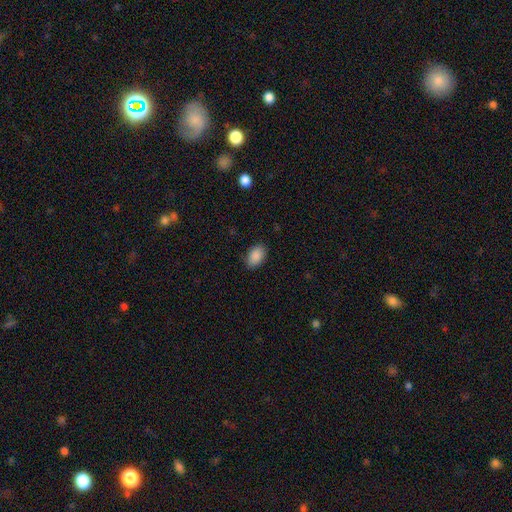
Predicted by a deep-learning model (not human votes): Smooth or featured?
  - smooth: 89% *
  - star or artifact: 7%
  - featured or disk: 4%
How rounded?
  - in between: 88% *
  - round: 10%
  - cigar-shaped: 1%
Merging?
  - none: 86% *
  - minor disturbance: 11%
  - major disturbance: 3%
  - merger: 1%